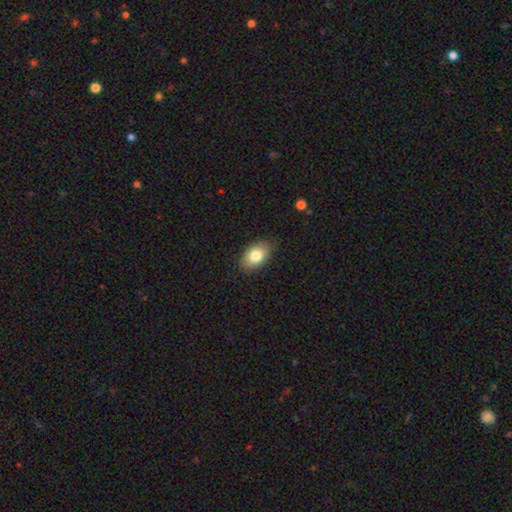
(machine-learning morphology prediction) Smooth or featured? Predicted: smooth (p=0.81). How rounded? Predicted: in between (p=0.89). Merging? Predicted: none (p=0.84).